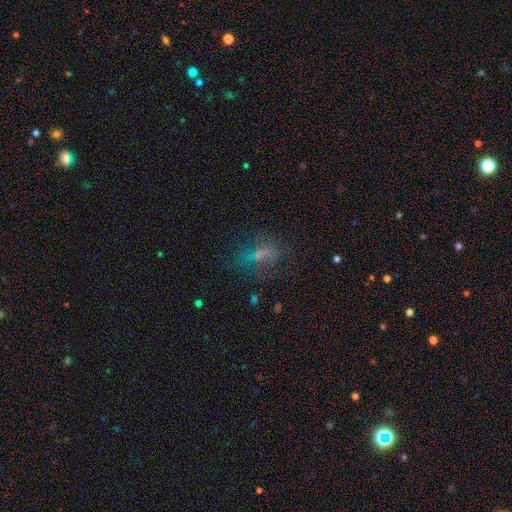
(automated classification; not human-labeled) Overall: smooth (42%; featured or disk 30%). Merging: none (63%).